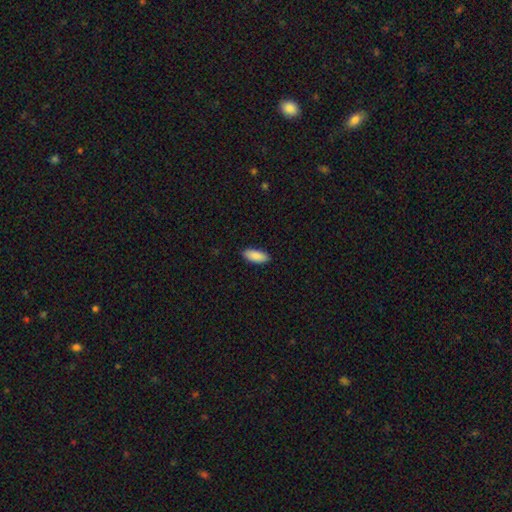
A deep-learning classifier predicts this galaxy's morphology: smooth_or_featured: smooth (p=0.90) [alt: star or artifact p=0.06]
how_rounded: in between (p=0.84) [alt: cigar-shaped p=0.15]
merging: none (p=0.89) [alt: minor disturbance p=0.09]